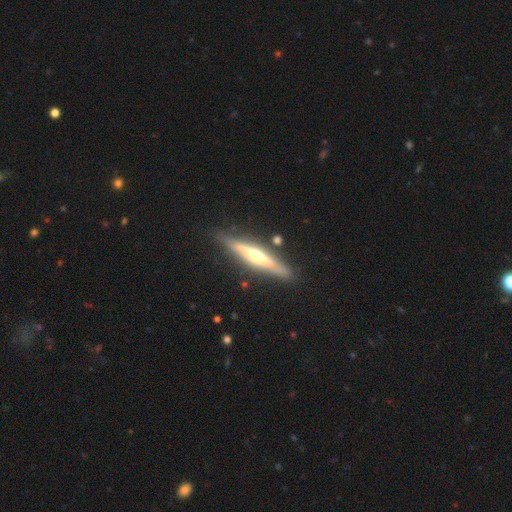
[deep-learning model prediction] The model was most divided on "smooth or featured": featured or disk: 74%, smooth: 21%, star or artifact: 5%. More confident: edge-on disk — yes (95%); merging — none (83%); edge-on bulge — rounded (78%).